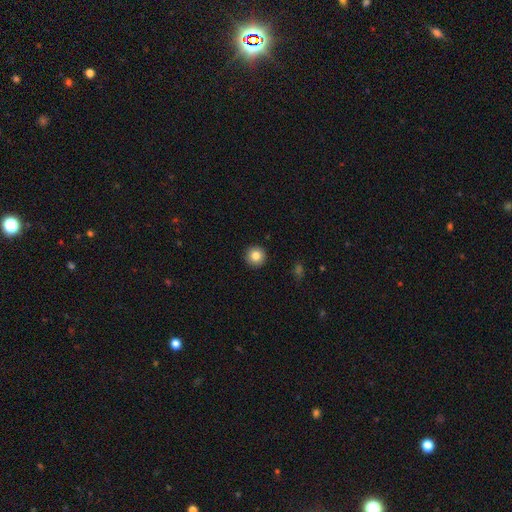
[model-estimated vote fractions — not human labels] Smooth or featured: smooth — 84% (star or artifact — 9%)
How rounded: round — 96% (in between — 3%)
Merging: none — 93% (minor disturbance — 5%)